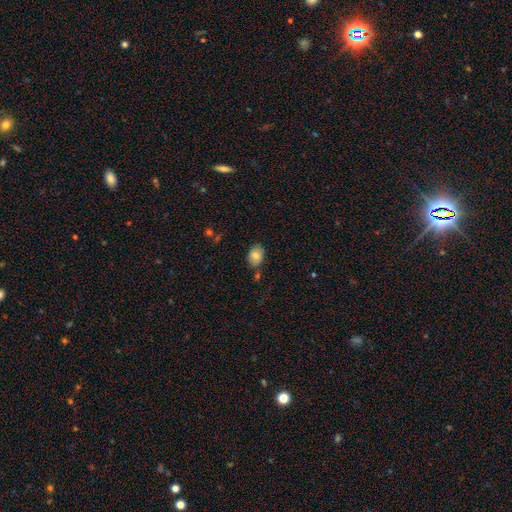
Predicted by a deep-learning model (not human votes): A smooth galaxy with no disk features (79%) that is in between round and cigar-shaped (72%). Merging: none (77%).